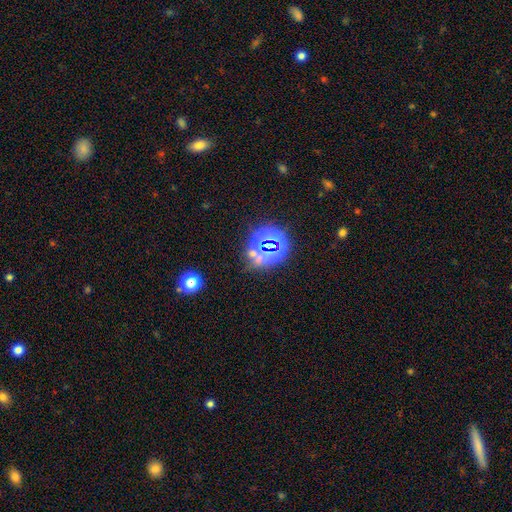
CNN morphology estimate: type=star or artifact (69%).